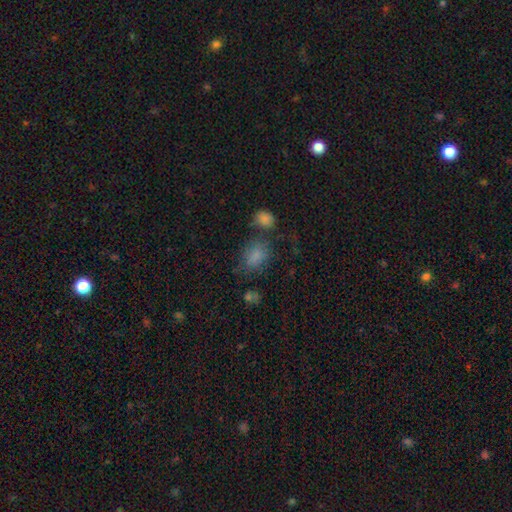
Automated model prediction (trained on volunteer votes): Q: Smooth or featured?
A: smooth (78%); runner-up: star or artifact (14%)
Q: How rounded?
A: in between (69%); runner-up: round (30%)
Q: Merging?
A: none (53%); runner-up: minor disturbance (21%)